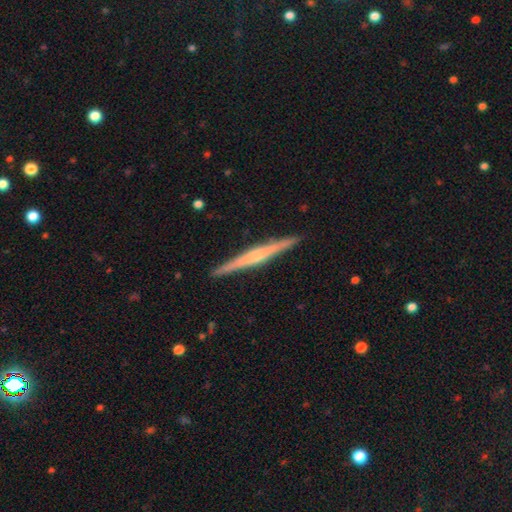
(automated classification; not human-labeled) Morphology: type=featured or disk (70%); edge-on=yes (98%); edge-on bulge=rounded (56%); merging=none (92%).